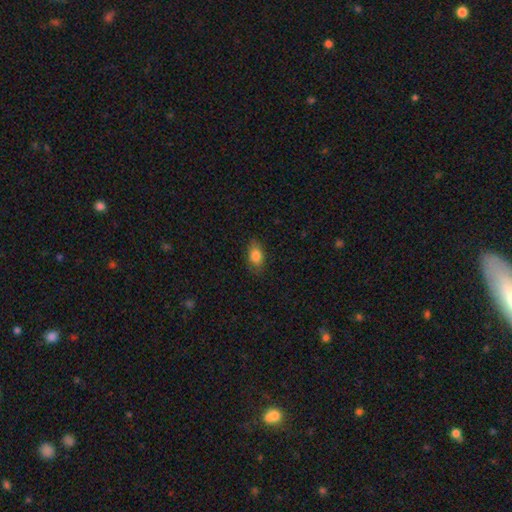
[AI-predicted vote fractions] smooth-or-featured: smooth: 83% | featured or disk: 9% | star or artifact: 8%
  how-rounded: in between: 87% | round: 10% | cigar-shaped: 3%
  merging: none: 81% | minor disturbance: 15% | major disturbance: 4% | merger: 1%